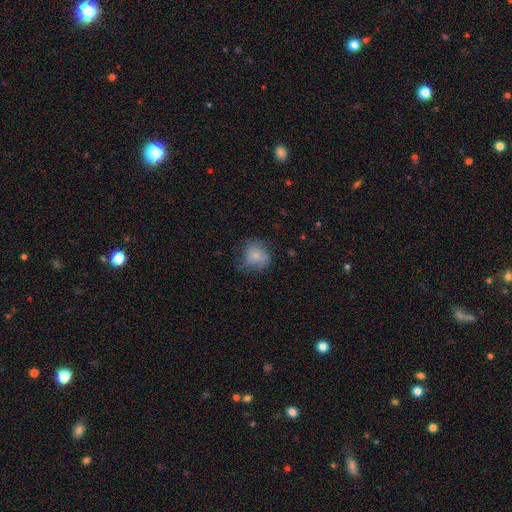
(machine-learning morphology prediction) Smooth or featured: smooth — 74% (featured or disk — 16%)
How rounded: round — 69% (in between — 30%)
Merging: none — 52% (minor disturbance — 31%)